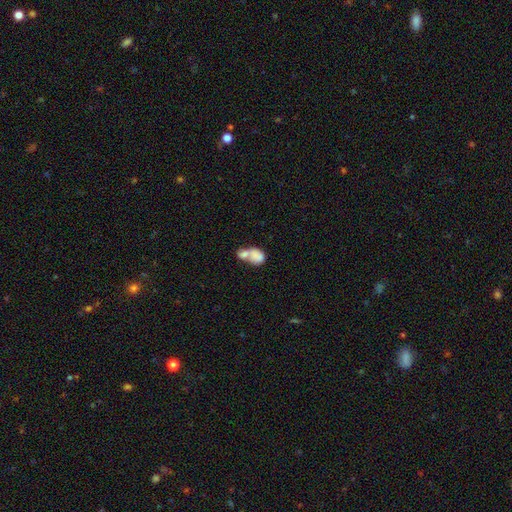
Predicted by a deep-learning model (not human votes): Overall: smooth (73%). How rounded: in between (73%). Merging: merger (72%).